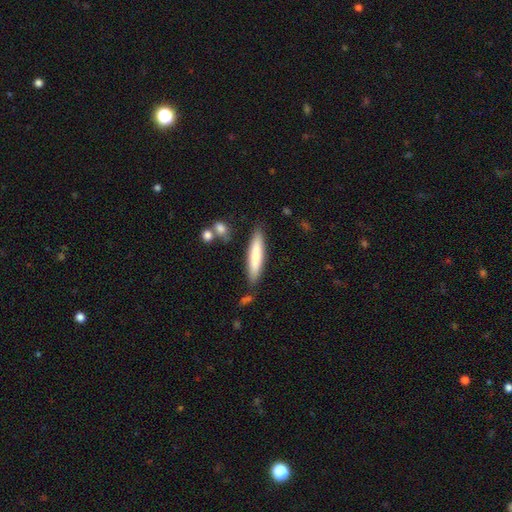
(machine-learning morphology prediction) The model was most divided on "smooth or featured": smooth: 76%, featured or disk: 18%, star or artifact: 5%. More confident: how rounded — cigar-shaped (85%); merging — none (85%).